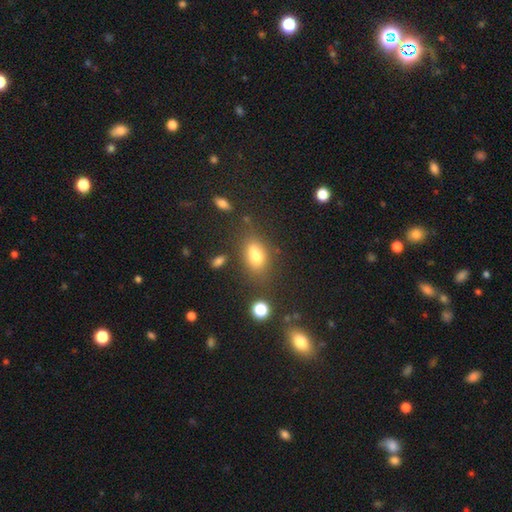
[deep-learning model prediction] Smooth or featured?
  - smooth: 73% *
  - featured or disk: 14%
  - star or artifact: 13%
How rounded?
  - in between: 79% *
  - round: 16%
  - cigar-shaped: 5%
Merging?
  - none: 53% *
  - merger: 21%
  - minor disturbance: 18%
  - major disturbance: 8%